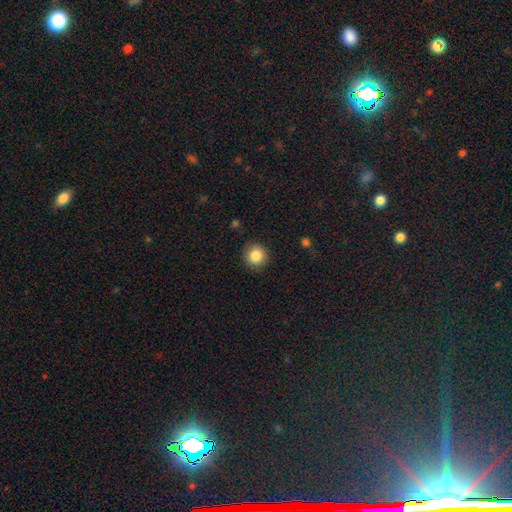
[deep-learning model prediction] Smooth or featured?
  - smooth: 85% *
  - star or artifact: 10%
  - featured or disk: 5%
How rounded?
  - round: 93% *
  - in between: 6%
  - cigar-shaped: 1%
Merging?
  - none: 88% *
  - minor disturbance: 8%
  - major disturbance: 2%
  - merger: 1%